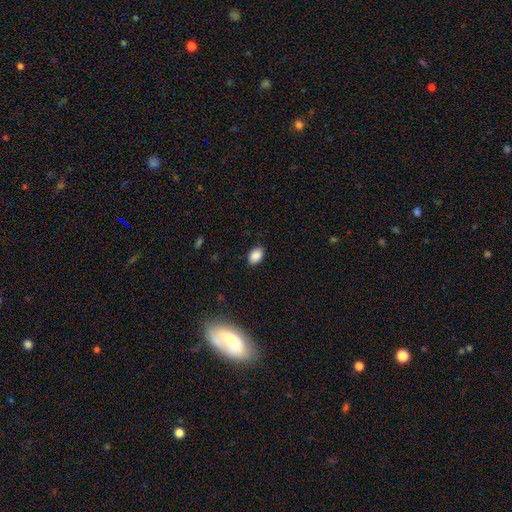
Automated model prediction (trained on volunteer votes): Smooth or featured? smooth (88%)
How rounded? in between (89%)
Merging? none (85%)